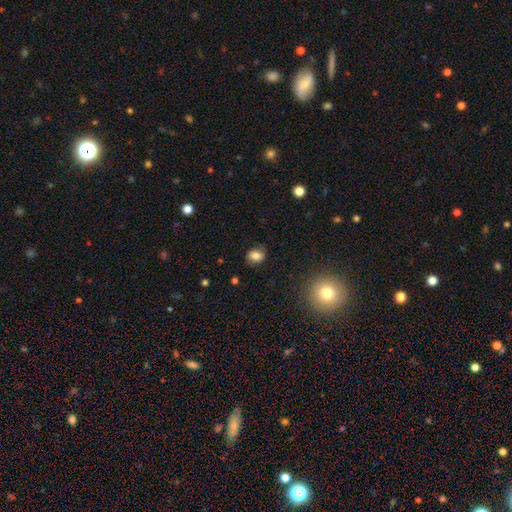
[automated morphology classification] smooth_or_featured: smooth (p=0.79) [alt: featured or disk p=0.11]
how_rounded: in between (p=0.60) [alt: round p=0.39]
merging: none (p=0.77) [alt: minor disturbance p=0.16]